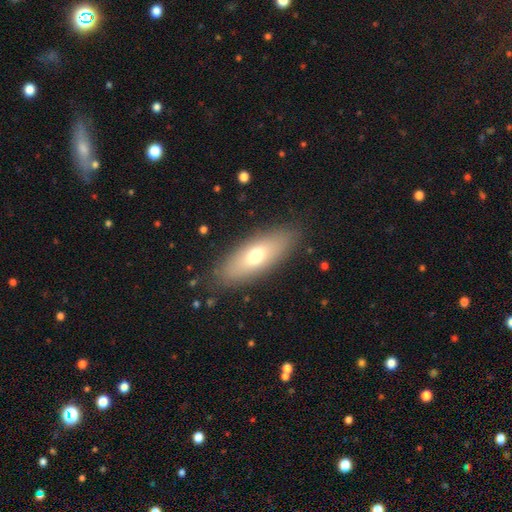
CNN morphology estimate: A smooth galaxy with no disk features (66%) that is in between round and cigar-shaped (71%).

Vote fractions:
- Smooth or featured? smooth: 66% / featured or disk: 27% / star or artifact: 7%
- How rounded? in between: 71% / cigar-shaped: 27% / round: 3%
- Merging? none: 86% / minor disturbance: 10% / major disturbance: 3% / merger: 1%